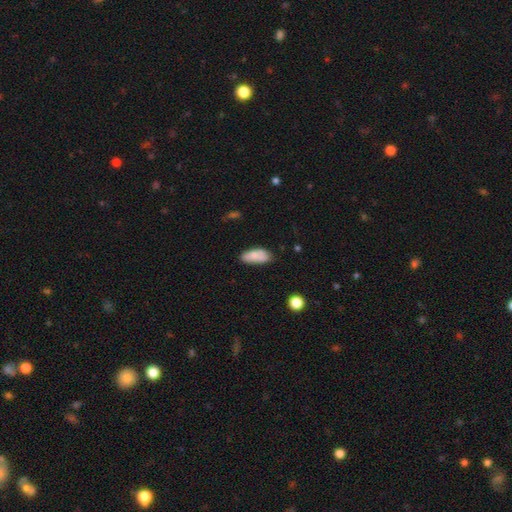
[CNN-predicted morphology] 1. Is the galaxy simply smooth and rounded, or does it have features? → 79% smooth, 14% featured or disk, 7% star or artifact.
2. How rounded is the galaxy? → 86% in between, 12% cigar-shaped, 2% round.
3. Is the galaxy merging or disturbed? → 62% none, 27% minor disturbance, 6% merger, 6% major disturbance.